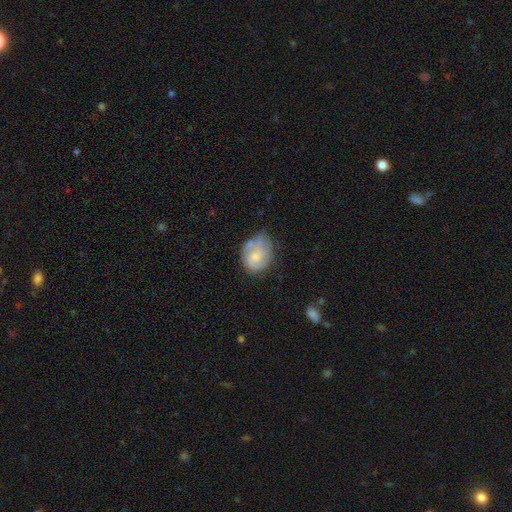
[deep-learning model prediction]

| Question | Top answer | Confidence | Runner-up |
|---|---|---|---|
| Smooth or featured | featured or disk | 51% | smooth (42%) |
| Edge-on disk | no | 98% | yes (2%) |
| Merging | none | 47% | minor disturbance (31%) |